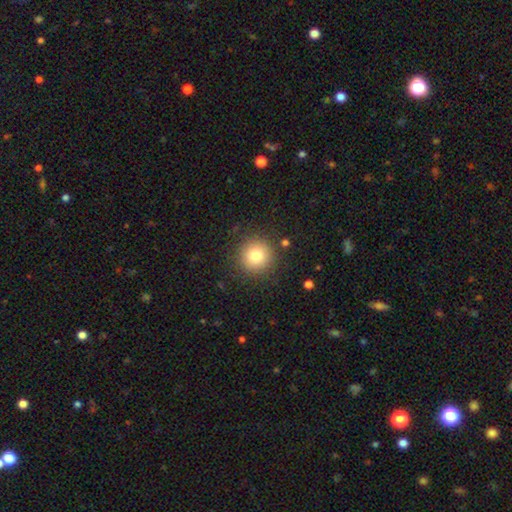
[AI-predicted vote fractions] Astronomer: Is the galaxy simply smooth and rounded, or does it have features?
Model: smooth — 79%.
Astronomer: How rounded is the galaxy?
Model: round — 95%.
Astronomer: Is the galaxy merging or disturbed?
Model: none — 89%.